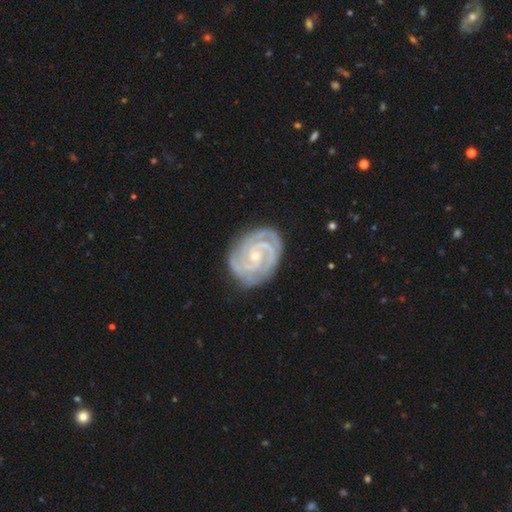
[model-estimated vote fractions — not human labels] featured or disk 92%, star or artifact 5%, smooth 4%. Down the decision tree: edge-on disk — no (98%); bar — no (63%); spiral arms — yes (99%); spiral arm count — 2 (45%); spiral winding — tight (77%); bulge size — small (73%); merging — none (81%).